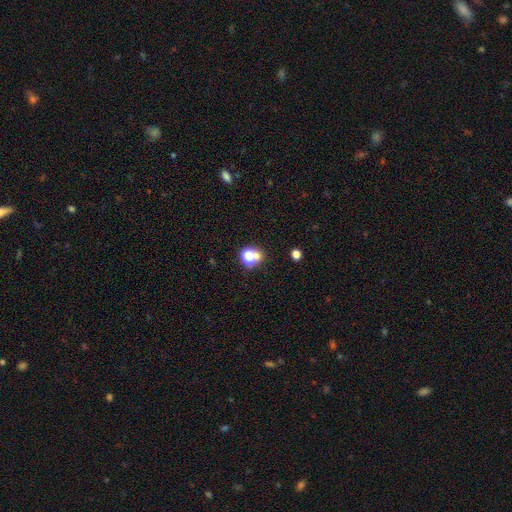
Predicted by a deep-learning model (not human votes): Smooth or featured? smooth (61%)
How rounded? round (72%)
Merging? none (52%)